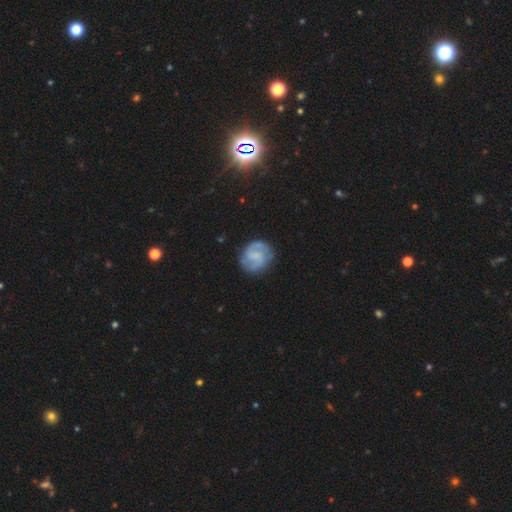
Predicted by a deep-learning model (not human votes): This is likely a featured or disk galaxy (75%). It is clearly not viewed edge-on (98%). Bar: possibly weak (52%). Spiral arm pattern: clearly yes (94%). Spiral arm count: clearly 2 (87%). Spiral winding: possibly medium (51%). Central bulge: possibly none (50%). Merging: clearly none (81%).